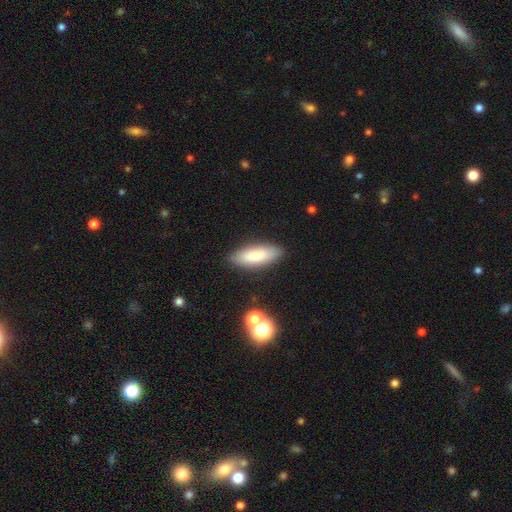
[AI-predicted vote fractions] Smooth or featured? smooth (83%)
How rounded? in between (67%)
Merging? none (87%)